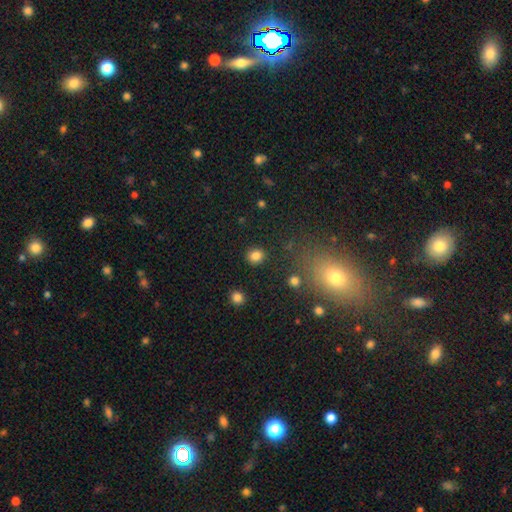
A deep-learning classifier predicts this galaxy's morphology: Smooth or featured? Predicted: smooth (p=0.83). How rounded? Predicted: round (p=0.79). Merging? Predicted: none (p=0.88).